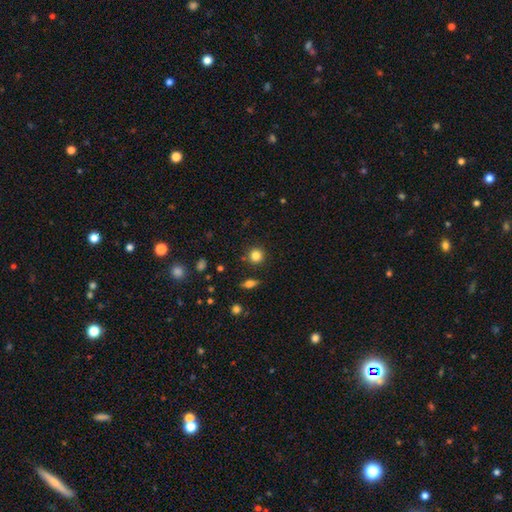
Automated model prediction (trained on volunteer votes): This appears to be a smooth galaxy with no disk features (83%) that is round (92%). Merging: none (87%).